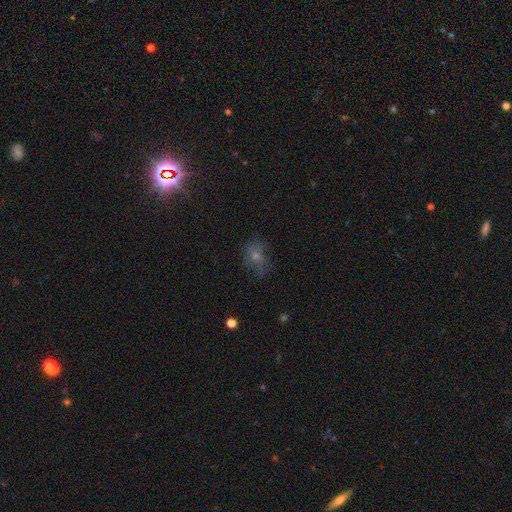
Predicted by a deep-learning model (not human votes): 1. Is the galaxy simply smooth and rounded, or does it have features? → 36% star or artifact, 34% smooth, 30% featured or disk.